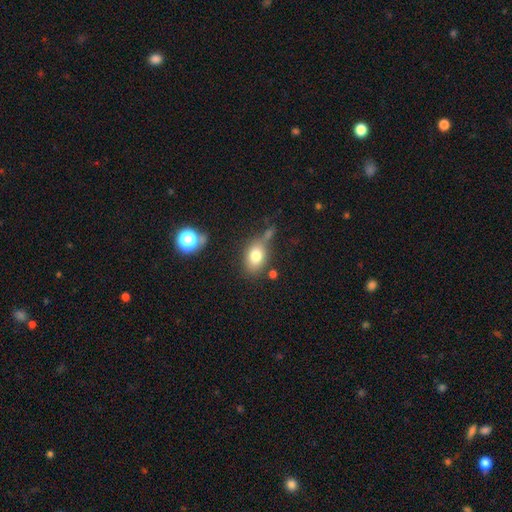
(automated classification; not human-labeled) A smooth galaxy with no disk features (77%) that is in between round and cigar-shaped (74%). Merging: none (57%).